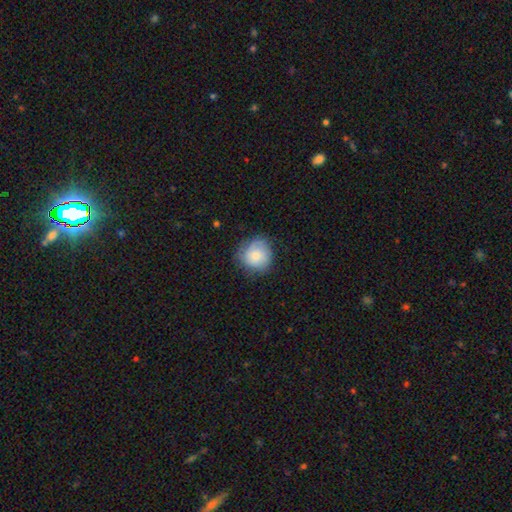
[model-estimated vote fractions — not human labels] Q: Smooth or featured?
A: smooth (70%); runner-up: featured or disk (23%)
Q: How rounded?
A: round (87%); runner-up: in between (12%)
Q: Merging?
A: none (71%); runner-up: minor disturbance (21%)